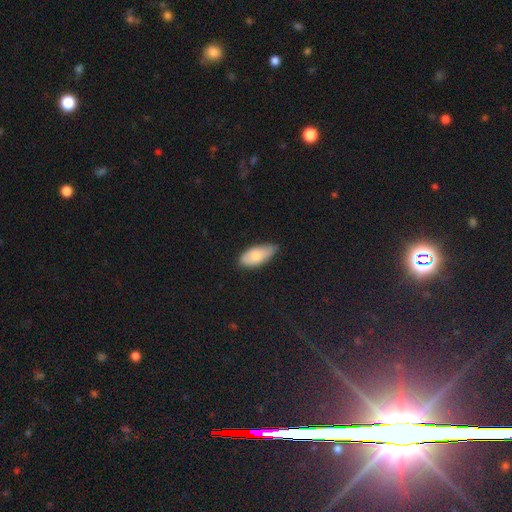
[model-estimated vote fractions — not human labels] This appears to be a smooth galaxy with no disk features (77%) that is in between round and cigar-shaped (89%). Merging: none (60%).